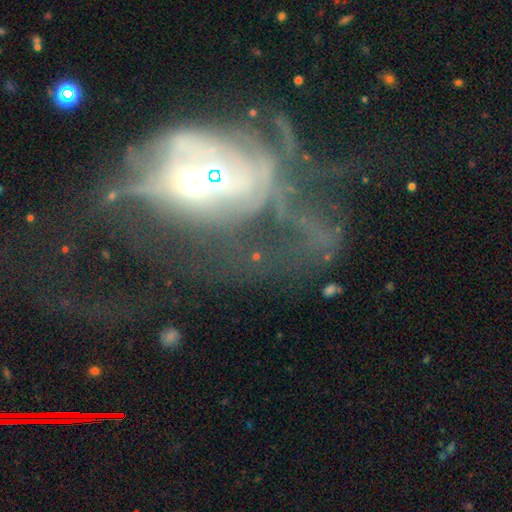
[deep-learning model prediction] Smooth or featured? featured or disk (65%)
Edge-on disk? no (94%)
Bar? no (78%)
Spiral arms? no (63%)
Bulge size? moderate (57%)
Merging? major disturbance (56%)